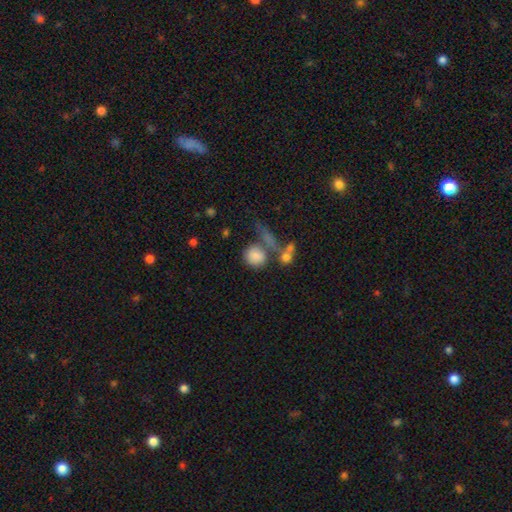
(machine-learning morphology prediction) Smooth or featured? Predicted: smooth (p=0.81). How rounded? Predicted: round (p=0.81). Merging? Predicted: none (p=0.49).